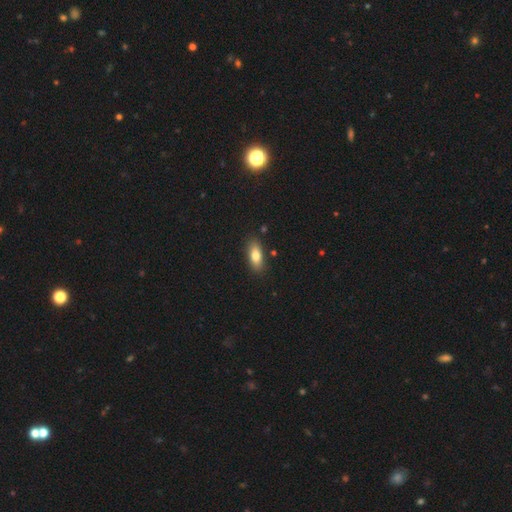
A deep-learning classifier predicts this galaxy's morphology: A smooth galaxy with no disk features (80%) that is in between round and cigar-shaped (82%).

Vote fractions:
- Smooth or featured? smooth: 80% / featured or disk: 13% / star or artifact: 7%
- How rounded? in between: 82% / cigar-shaped: 15% / round: 3%
- Merging? none: 84% / minor disturbance: 12% / major disturbance: 2% / merger: 2%